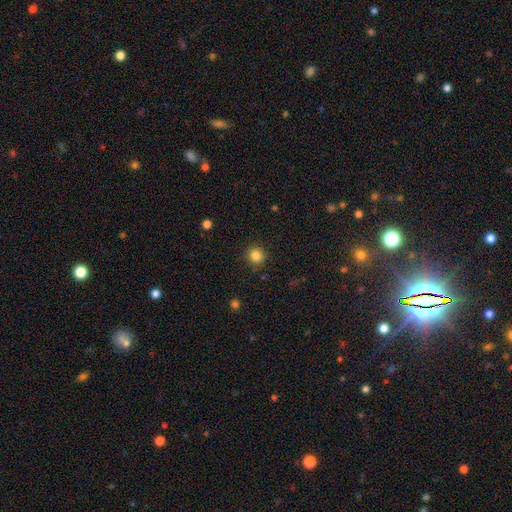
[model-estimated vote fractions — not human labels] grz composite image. It shows a smooth galaxy with no disk features (84%) that is round (90%). Merging: none (88%).